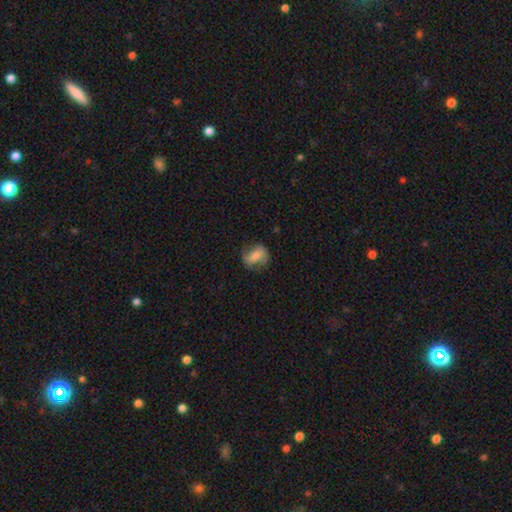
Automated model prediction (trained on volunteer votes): Smooth or featured?
  - featured or disk: 49% *
  - smooth: 43%
  - star or artifact: 8%
Merging?
  - none: 70% *
  - minor disturbance: 21%
  - major disturbance: 8%
  - merger: 1%